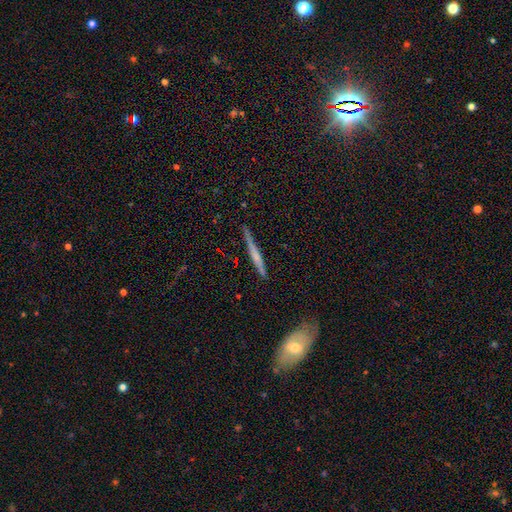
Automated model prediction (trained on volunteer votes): This appears to be a featured or disk galaxy (52%) viewed edge-on (96%) with no central bulge (57%). Merging: none (84%).